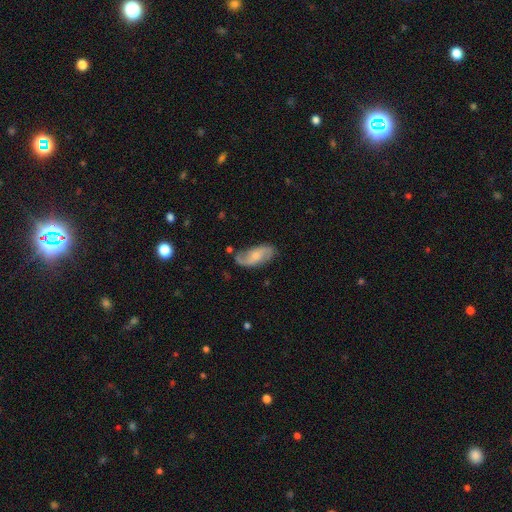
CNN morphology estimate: Smooth or featured? featured or disk (67%)
Edge-on disk? no (94%)
Bar? no (54%)
Spiral arms? yes (91%)
Spiral winding? loose (51%)
Spiral arm count? 2 (85%)
Bulge size? small (50%)
Merging? none (70%)